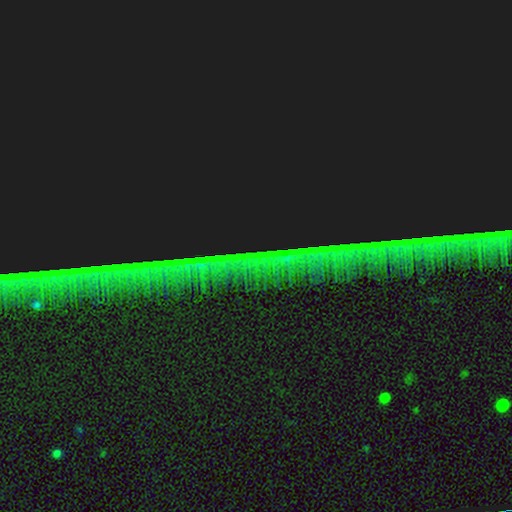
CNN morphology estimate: Smooth or featured?
  - star or artifact: 85% *
  - featured or disk: 9%
  - smooth: 7%